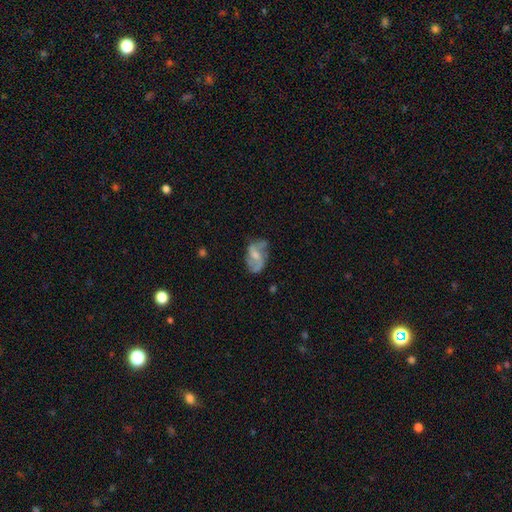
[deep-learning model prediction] smooth-or-featured: featured or disk: 69% | smooth: 23% | star or artifact: 7%
  disk-edge-on: no: 97% | yes: 3%
    bar: weak: 49% | no: 33% | strong: 19%
    has-spiral-arms: yes: 84% | no: 16%
      spiral-winding: loose: 54% | medium: 35% | tight: 11%
      spiral-arm-count: 2: 75% | can't tell: 11% | 3: 7% | 1: 4% | 4: 2% | more than 4: 2%
    bulge-size: small: 43% | moderate: 41% | none: 11% | large: 3% | dominant: 1%
  merging: none: 54% | minor disturbance: 27% | major disturbance: 16% | merger: 3%